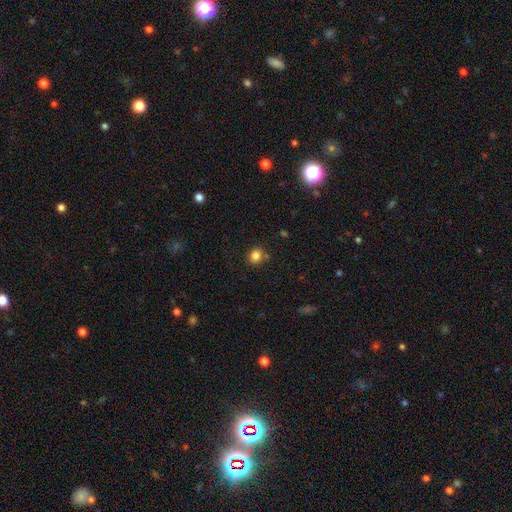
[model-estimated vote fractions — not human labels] Smooth or featured: smooth — 83% (star or artifact — 12%)
How rounded: round — 80% (in between — 19%)
Merging: none — 79% (minor disturbance — 11%)